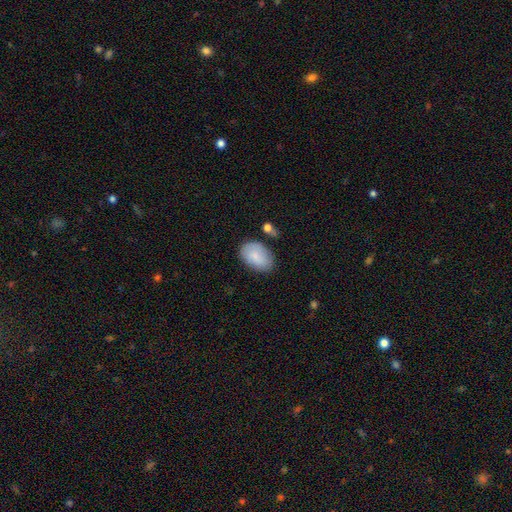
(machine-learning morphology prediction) This is likely a smooth galaxy (79%). How rounded: clearly in between (88%). Merging: likely none (72%).